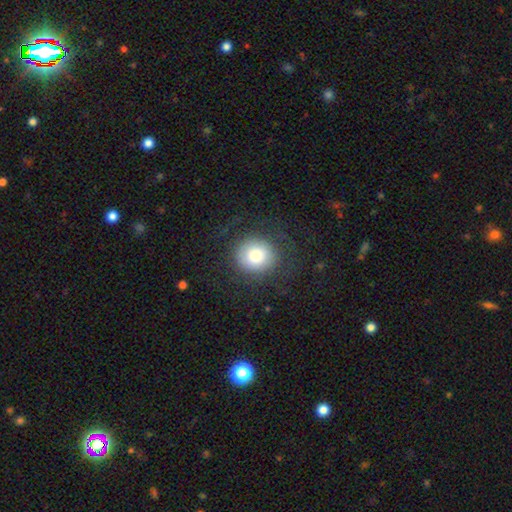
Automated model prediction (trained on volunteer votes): Overall: smooth (72%). How rounded: round (87%). Merging: none (77%).